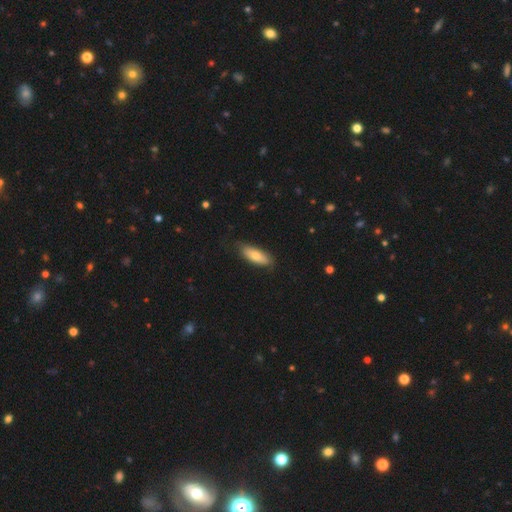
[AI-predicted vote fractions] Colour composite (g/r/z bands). It shows a smooth galaxy with no disk features (73%) that is in between round and cigar-shaped (68%). Merging: none (75%).